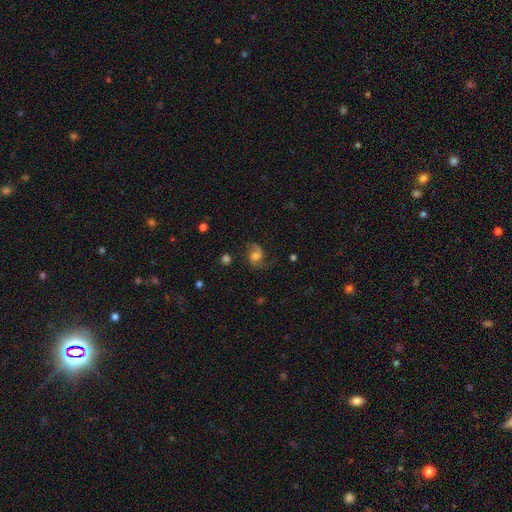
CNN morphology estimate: Smooth or featured: featured or disk — 61% (smooth — 29%)
Edge-on disk: no — 97% (yes — 3%)
Bar: no — 63% (weak — 31%)
Spiral arms: yes — 92% (no — 8%)
Spiral winding: loose — 44% (medium — 43%)
Spiral arm count: 2 — 82% (1 — 10%)
Bulge size: moderate — 54% (large — 20%)
Merging: none — 65% (minor disturbance — 21%)